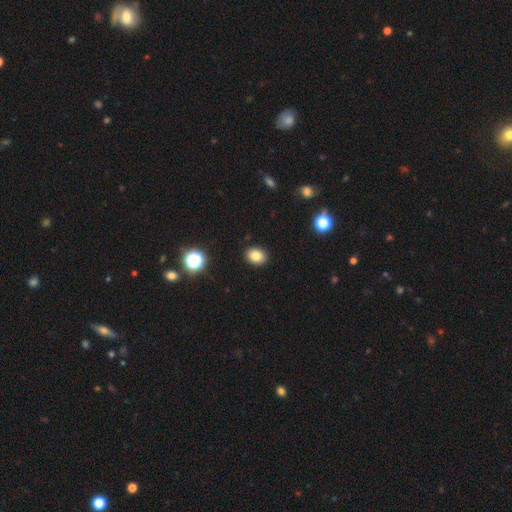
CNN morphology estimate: Q: Smooth or featured?
A: smooth (82%); runner-up: star or artifact (11%)
Q: How rounded?
A: in between (57%); runner-up: round (43%)
Q: Merging?
A: none (90%); runner-up: minor disturbance (7%)